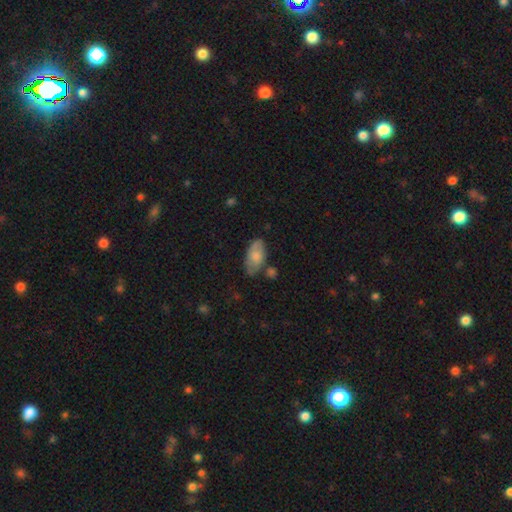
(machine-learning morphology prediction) Q: Smooth or featured?
A: smooth (73%); runner-up: featured or disk (21%)
Q: How rounded?
A: in between (93%); runner-up: cigar-shaped (4%)
Q: Merging?
A: none (62%); runner-up: minor disturbance (25%)